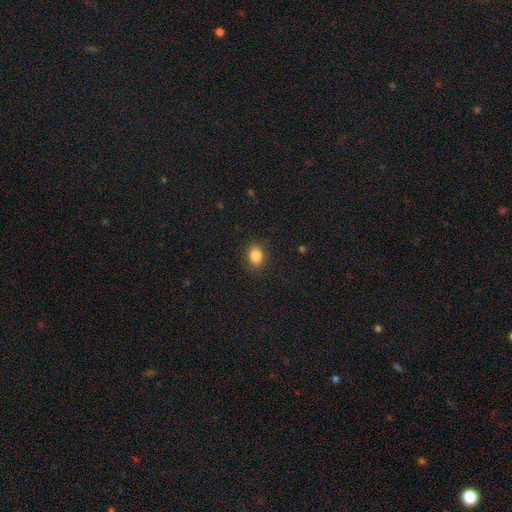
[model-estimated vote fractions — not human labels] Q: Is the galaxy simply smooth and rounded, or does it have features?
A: smooth — 85%.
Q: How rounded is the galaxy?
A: in between — 65%.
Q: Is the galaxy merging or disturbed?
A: none — 87%.